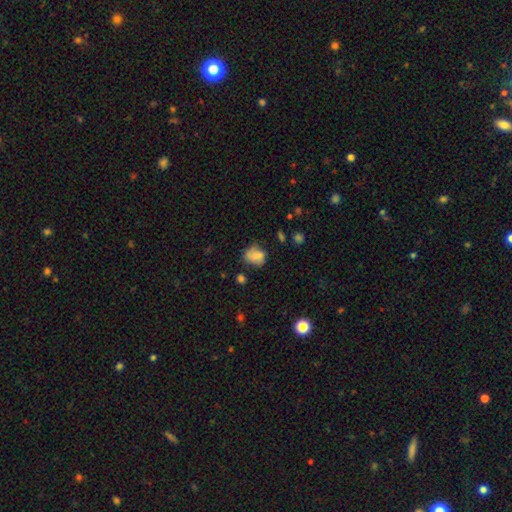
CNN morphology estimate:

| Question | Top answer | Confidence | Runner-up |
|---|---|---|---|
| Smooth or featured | smooth | 72% | featured or disk (17%) |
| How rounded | in between | 51% | round (47%) |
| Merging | none | 51% | minor disturbance (29%) |